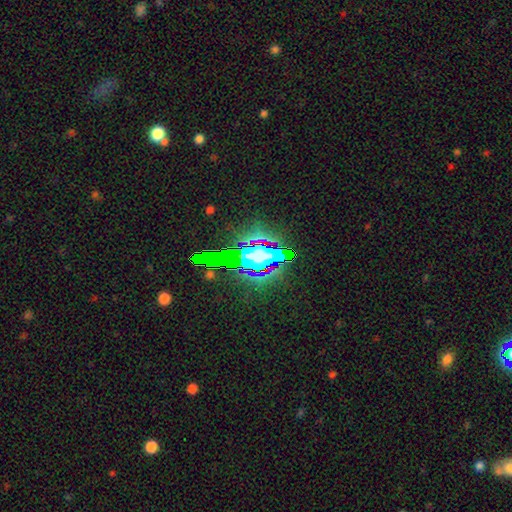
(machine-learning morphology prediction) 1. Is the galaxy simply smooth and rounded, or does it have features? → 59% star or artifact, 23% smooth, 18% featured or disk.